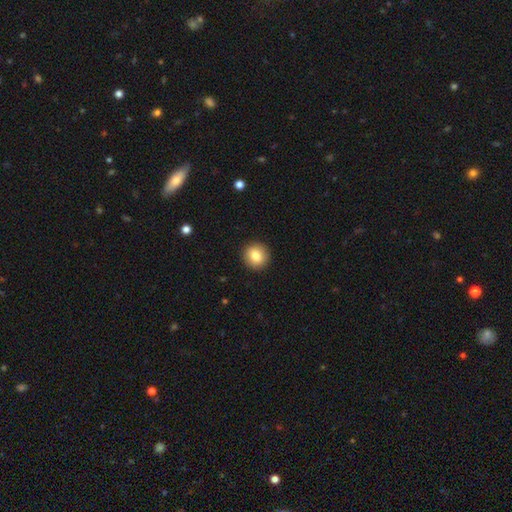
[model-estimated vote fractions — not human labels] The model was most divided on "smooth or featured": smooth: 82%, featured or disk: 10%, star or artifact: 9%. More confident: how rounded — round (92%); merging — none (92%).